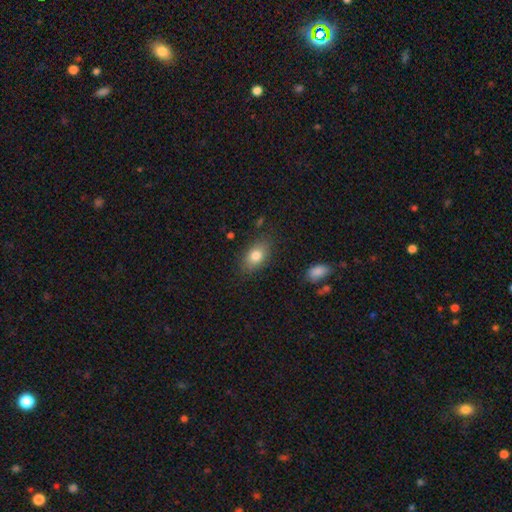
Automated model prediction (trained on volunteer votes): Smooth or featured?
  - smooth: 80% *
  - featured or disk: 12%
  - star or artifact: 8%
How rounded?
  - in between: 85% *
  - round: 12%
  - cigar-shaped: 3%
Merging?
  - none: 81% *
  - minor disturbance: 14%
  - major disturbance: 4%
  - merger: 2%